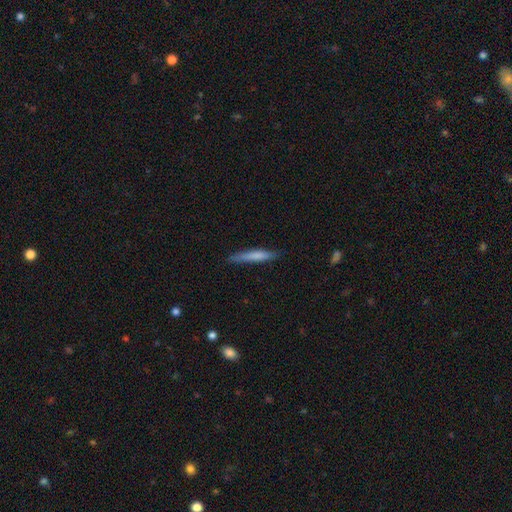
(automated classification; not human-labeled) smooth 68%, featured or disk 26%, star or artifact 6%. Down the decision tree: how rounded — cigar-shaped (92%); merging — none (81%).